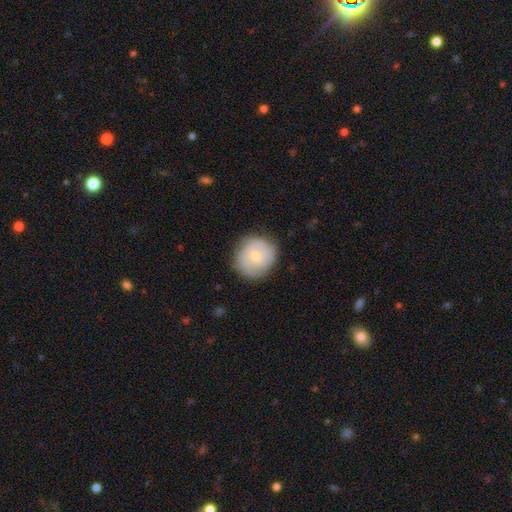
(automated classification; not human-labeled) A featured or disk galaxy (57%) with no bar (79%), spiral arms (79%) and a small central bulge (53%). Merging: none (80%).